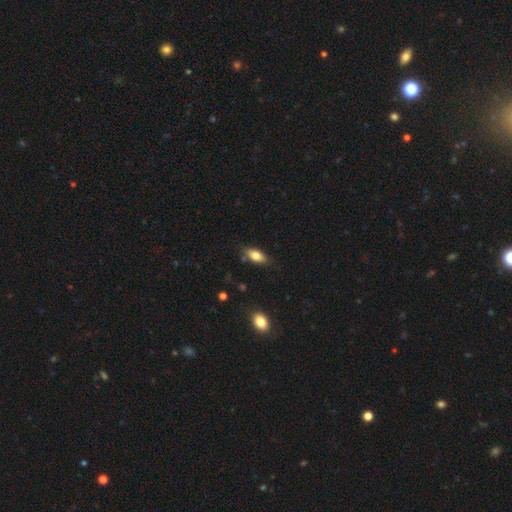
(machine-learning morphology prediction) The model was most divided on "merging": none: 78%, minor disturbance: 16%, major disturbance: 3%, merger: 3%. More confident: how rounded — in between (86%); smooth or featured — smooth (78%).